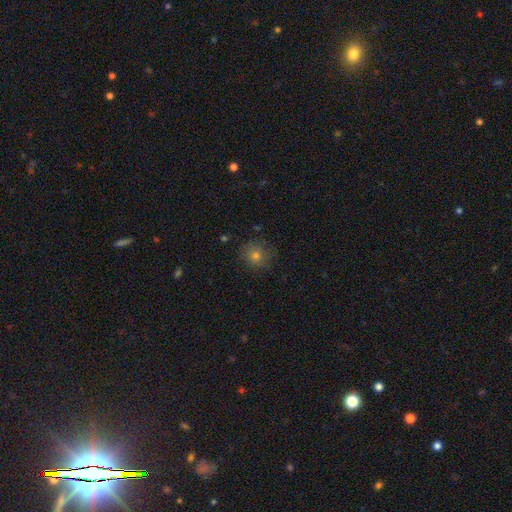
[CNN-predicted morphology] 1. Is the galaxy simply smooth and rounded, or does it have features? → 71% smooth, 18% star or artifact, 10% featured or disk.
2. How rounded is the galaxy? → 89% round, 10% in between, 1% cigar-shaped.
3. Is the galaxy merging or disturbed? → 85% none, 11% minor disturbance, 3% major disturbance, 1% merger.